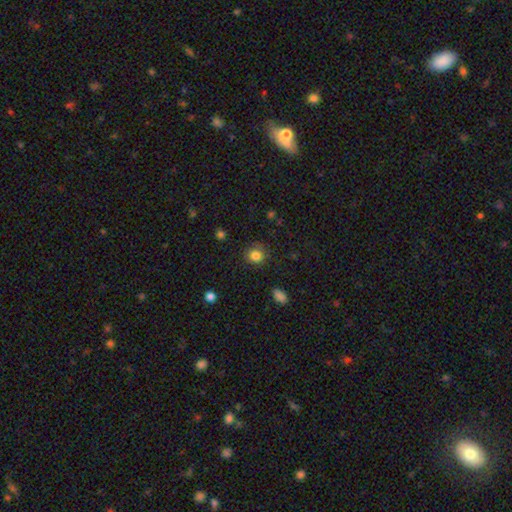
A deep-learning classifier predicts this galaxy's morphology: Overall: smooth (84%). How rounded: round (82%). Merging: none (81%).